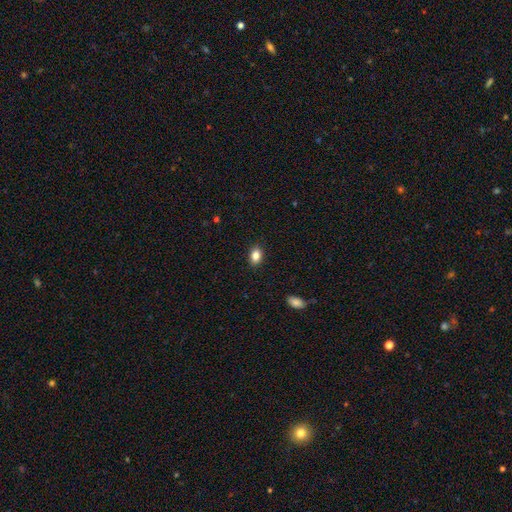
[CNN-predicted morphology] Overall: smooth (85%). How rounded: in between (83%). Merging: none (89%).